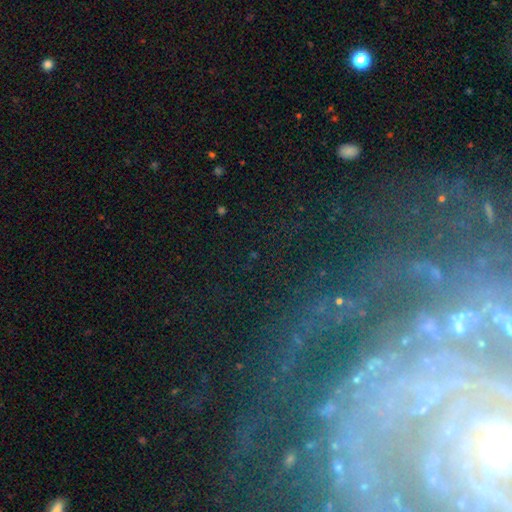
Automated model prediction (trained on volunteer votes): Smooth or featured: featured or disk — 69% (star or artifact — 19%)
Edge-on disk: no — 93% (yes — 7%)
Bar: no — 42% (weak — 31%)
Spiral arms: yes — 86% (no — 14%)
Spiral winding: tight — 57% (medium — 31%)
Spiral arm count: 2 — 28% (can't tell — 27%)
Bulge size: small — 62% (moderate — 21%)
Merging: none — 66% (minor disturbance — 16%)